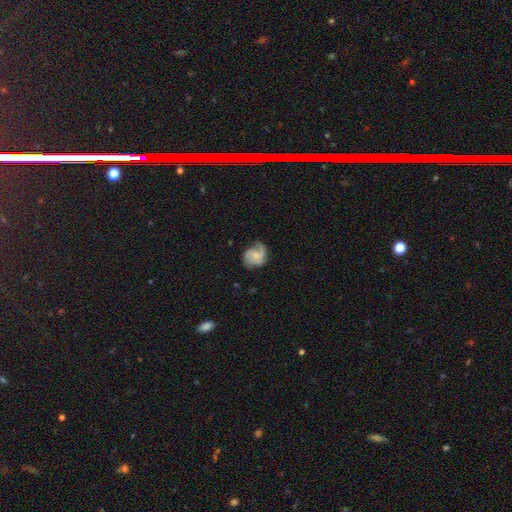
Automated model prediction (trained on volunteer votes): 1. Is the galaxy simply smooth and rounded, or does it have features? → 63% featured or disk, 30% smooth, 7% star or artifact.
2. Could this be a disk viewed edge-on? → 98% no, 2% yes.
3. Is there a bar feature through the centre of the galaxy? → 64% no, 31% weak, 5% strong.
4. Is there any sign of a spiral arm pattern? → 91% yes, 9% no.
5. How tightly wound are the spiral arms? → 45% medium, 29% loose, 27% tight.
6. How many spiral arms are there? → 59% 2, 15% 1, 13% can't tell, 9% 3, 2% 4, 2% more than 4.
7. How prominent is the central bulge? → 56% small, 30% moderate, 11% none, 2% large, 1% dominant.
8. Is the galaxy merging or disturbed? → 61% none, 26% minor disturbance, 12% major disturbance, 2% merger.